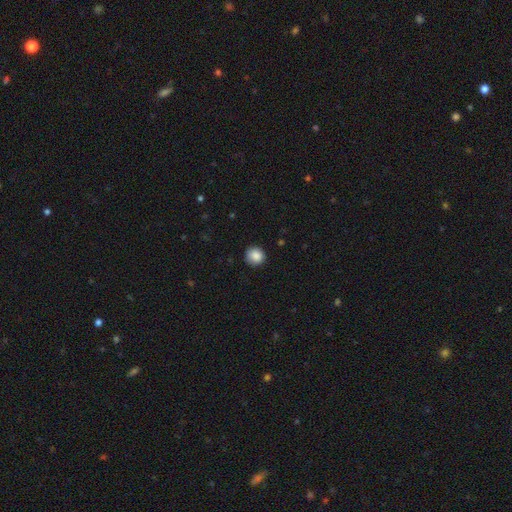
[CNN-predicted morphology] A smooth galaxy with no disk features (87%) that is round (90%). Merging: none (82%).